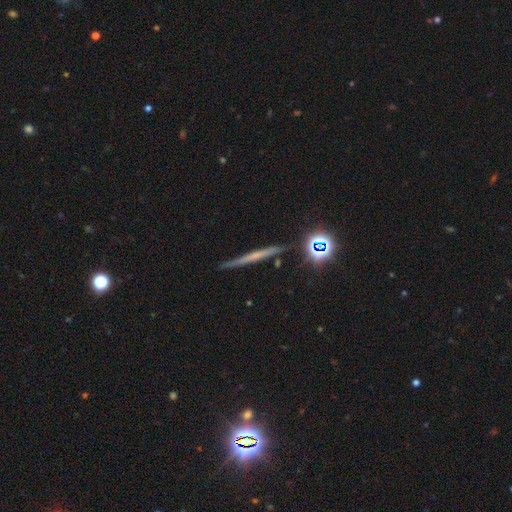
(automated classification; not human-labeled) Overall: featured or disk (48%; smooth 36%). Merging: none (88%).